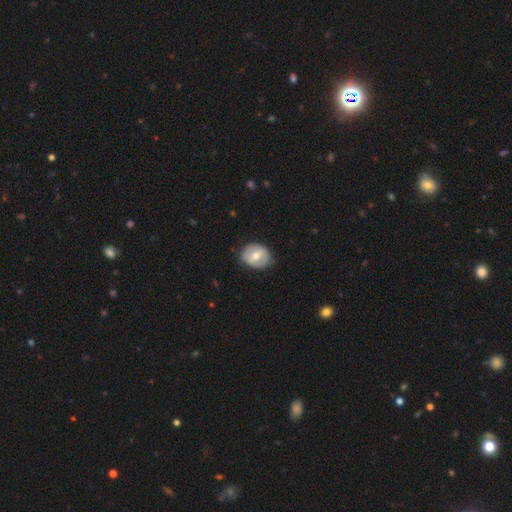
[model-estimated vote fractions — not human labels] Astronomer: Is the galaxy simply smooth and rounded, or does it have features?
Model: smooth — 53% (runner-up: featured or disk, 41%).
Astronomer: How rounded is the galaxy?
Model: round — 60% (runner-up: in between, 39%).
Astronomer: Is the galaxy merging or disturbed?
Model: none — 83%.